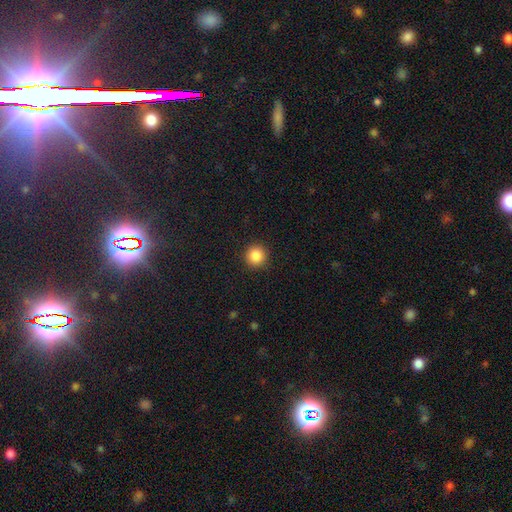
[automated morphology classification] Smooth or featured? Predicted: smooth (p=0.86). How rounded? Predicted: round (p=0.95). Merging? Predicted: none (p=0.92).